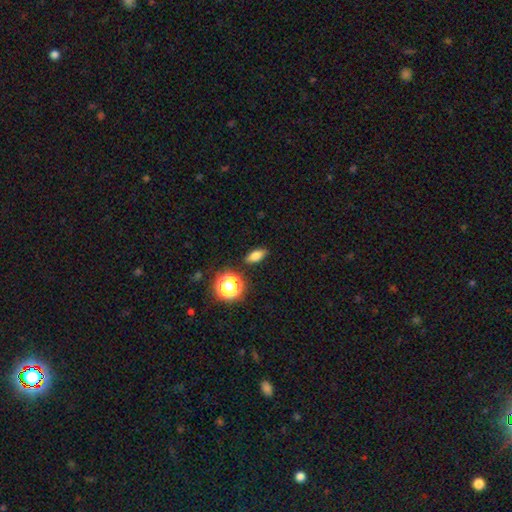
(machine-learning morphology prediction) type=smooth (76%); roundness=in between (72%); merging=none (85%).